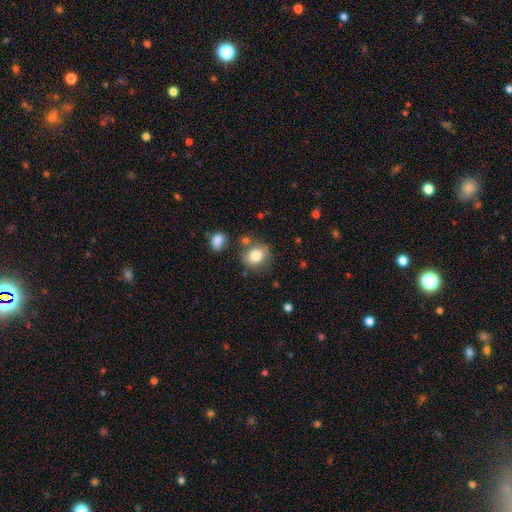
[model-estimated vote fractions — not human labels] Morphology: type=smooth (81%); roundness=round (62%); merging=none (72%).